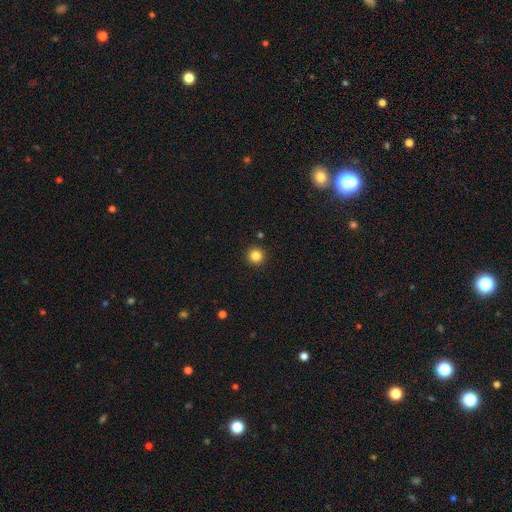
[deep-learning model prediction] smooth_or_featured: smooth (p=0.85) [alt: star or artifact p=0.11]
how_rounded: round (p=0.96) [alt: in between p=0.03]
merging: none (p=0.93) [alt: minor disturbance p=0.04]